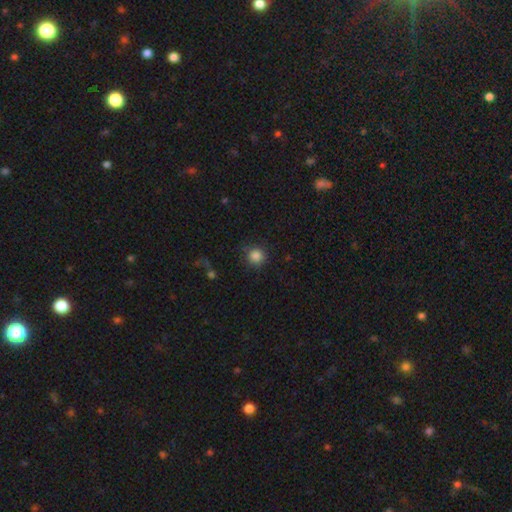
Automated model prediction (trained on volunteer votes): This is clearly a smooth galaxy (86%). How rounded: clearly round (94%). Merging: clearly none (84%).